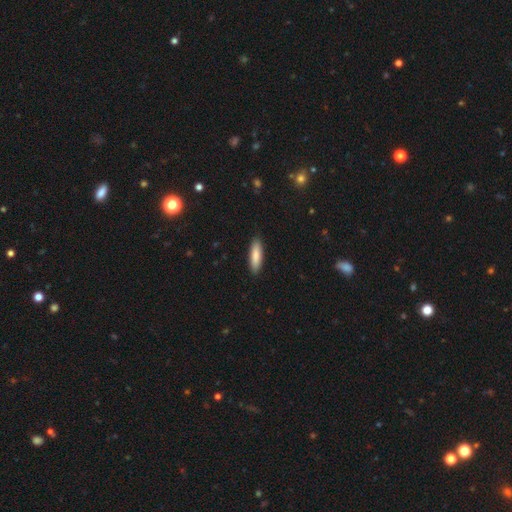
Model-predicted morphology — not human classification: smooth 85%, featured or disk 9%, star or artifact 5%. Down the decision tree: how rounded — cigar-shaped (57%); merging — none (89%).